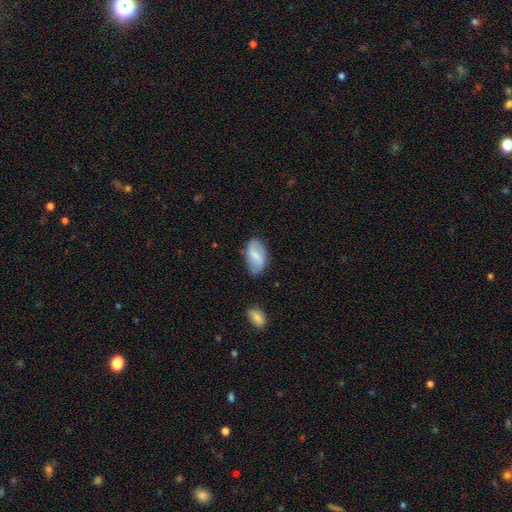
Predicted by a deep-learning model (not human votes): Smooth or featured?
  - smooth: 54% *
  - featured or disk: 39%
  - star or artifact: 7%
How rounded?
  - in between: 93% *
  - round: 4%
  - cigar-shaped: 3%
Merging?
  - none: 74% *
  - minor disturbance: 19%
  - major disturbance: 4%
  - merger: 2%